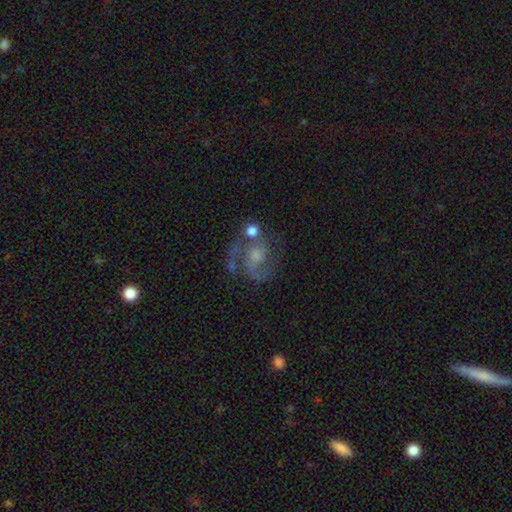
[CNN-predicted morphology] A featured or disk galaxy (77%) with no bar (63%), 2 (68%) medium (53%) spiral arms (90%) and a small central bulge (41%). Merging: none (52%).